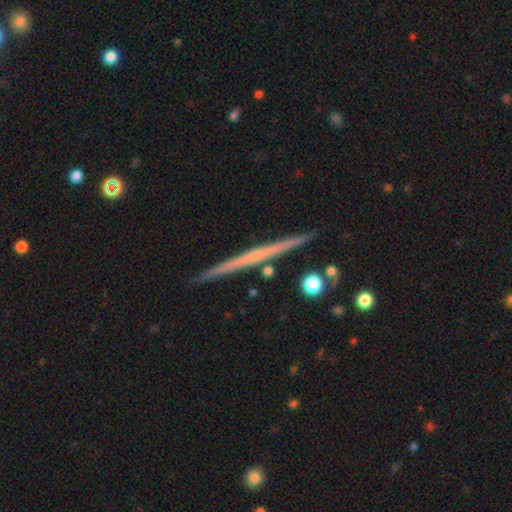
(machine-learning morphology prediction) smooth_or_featured: featured or disk (p=0.64) [alt: smooth p=0.30]
disk_edge_on: yes (p=0.98) [alt: no p=0.02]
edge_on_bulge: none (p=0.84) [alt: rounded p=0.12]
merging: none (p=0.91) [alt: minor disturbance p=0.06]